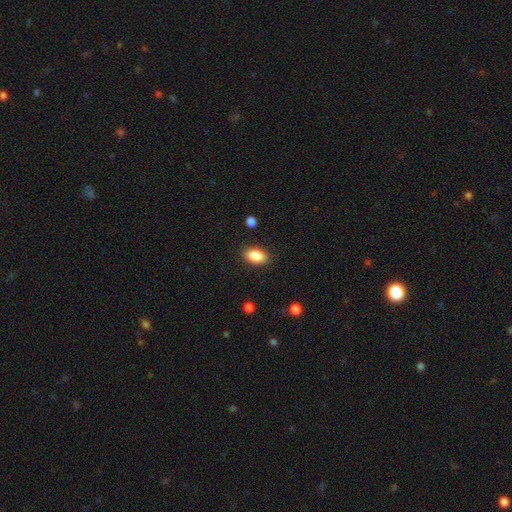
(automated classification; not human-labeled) smooth-or-featured: smooth: 87% | star or artifact: 7% | featured or disk: 6%
  how-rounded: in between: 92% | round: 5% | cigar-shaped: 3%
  merging: none: 87% | minor disturbance: 9% | major disturbance: 3% | merger: 1%